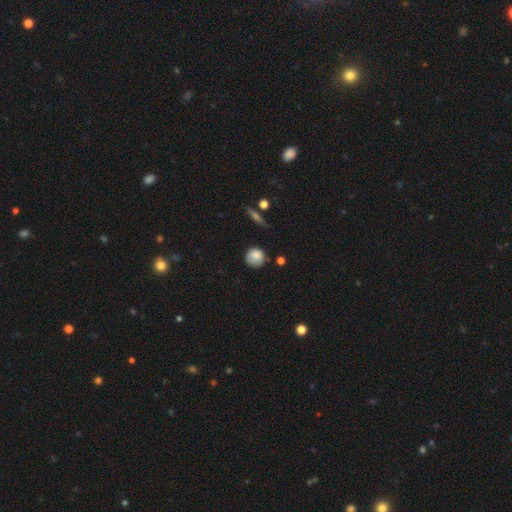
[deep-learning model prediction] Smooth or featured? Predicted: smooth (p=0.84). How rounded? Predicted: round (p=0.89). Merging? Predicted: none (p=0.73).